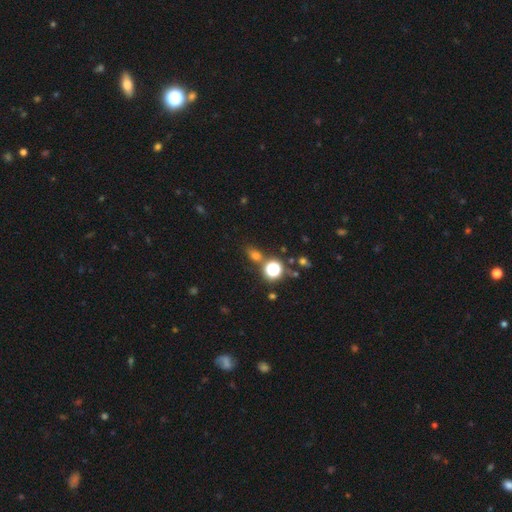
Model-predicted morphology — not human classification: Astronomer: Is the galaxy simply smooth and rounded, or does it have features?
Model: smooth — 60%.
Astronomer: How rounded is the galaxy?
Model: in between — 49%, tied with round at 49%.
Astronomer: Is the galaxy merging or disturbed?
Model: none — 70%.